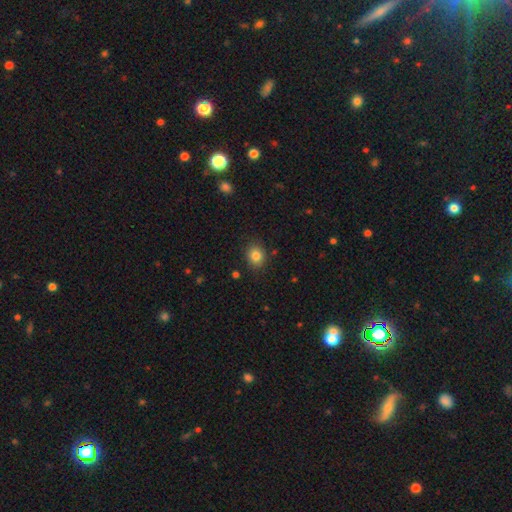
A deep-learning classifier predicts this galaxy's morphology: A smooth galaxy with no disk features (83%) that is round (62%). Merging: none (86%).